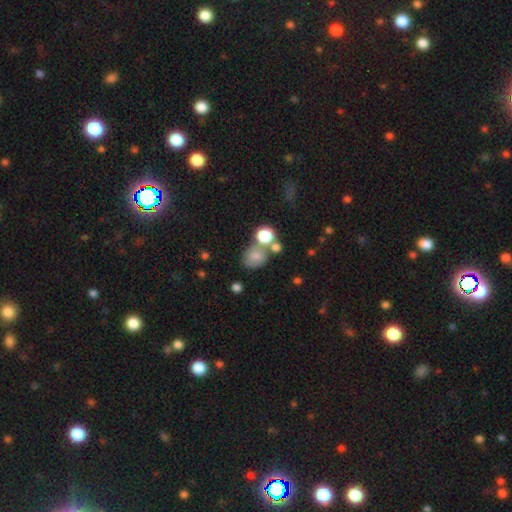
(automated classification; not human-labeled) Q: Smooth or featured?
A: smooth (72%); runner-up: featured or disk (15%)
Q: How rounded?
A: round (54%); runner-up: in between (45%)
Q: Merging?
A: none (44%); runner-up: merger (32%)